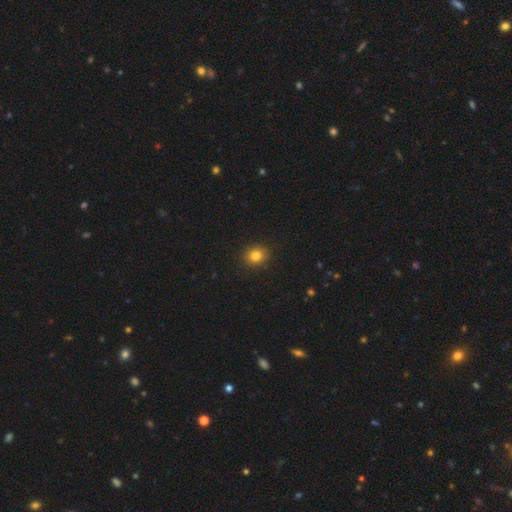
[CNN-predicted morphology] A smooth galaxy with no disk features (82%) that is round (70%).

Vote fractions:
- Smooth or featured? smooth: 82% / star or artifact: 12% / featured or disk: 6%
- How rounded? round: 70% / in between: 29% / cigar-shaped: 1%
- Merging? none: 91% / minor disturbance: 6% / major disturbance: 2% / merger: 1%